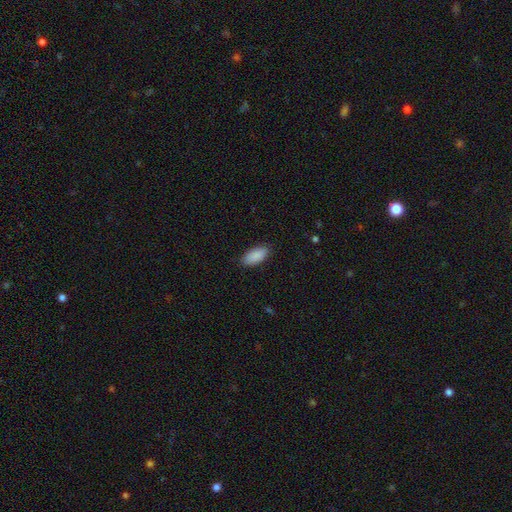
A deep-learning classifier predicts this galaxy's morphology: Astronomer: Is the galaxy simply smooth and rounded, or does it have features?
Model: smooth — 89%.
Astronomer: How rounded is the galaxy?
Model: in between — 88%.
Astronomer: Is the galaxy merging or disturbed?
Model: none — 88%.